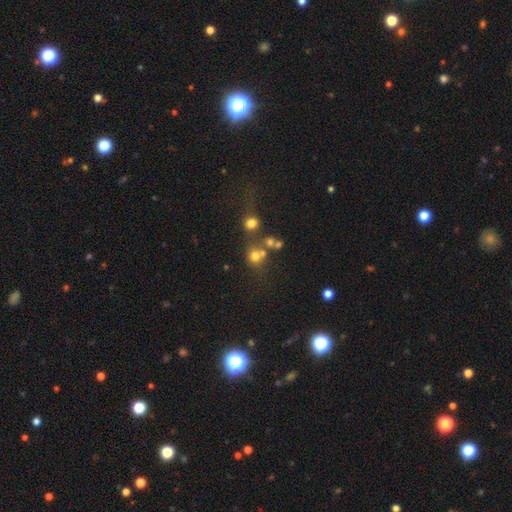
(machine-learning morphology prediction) Smooth or featured? smooth (68%)
How rounded? round (84%)
Merging? none (48%)